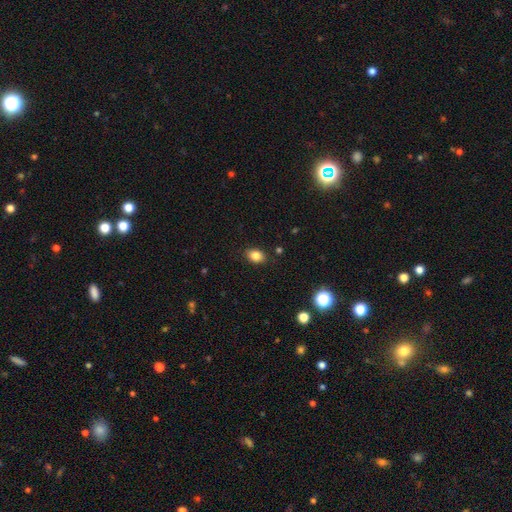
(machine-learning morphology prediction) A smooth galaxy with no disk features (83%) that is in between round and cigar-shaped (75%).

Vote fractions:
- Smooth or featured? smooth: 83% / star or artifact: 10% / featured or disk: 7%
- How rounded? in between: 75% / round: 24% / cigar-shaped: 1%
- Merging? none: 86% / minor disturbance: 10% / major disturbance: 2% / merger: 1%